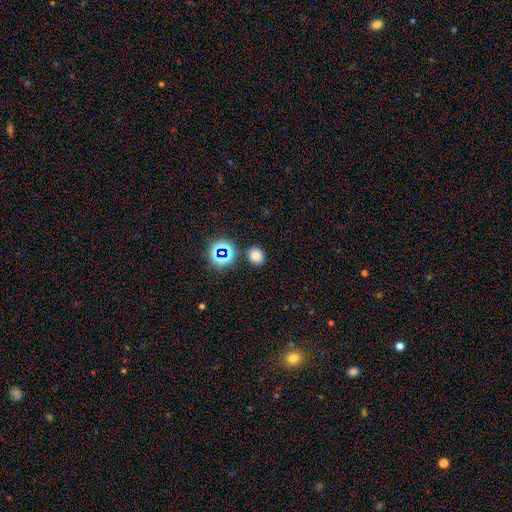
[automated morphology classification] This appears to be a smooth galaxy with no disk features (74%) that is round (65%). Merging: none (84%).